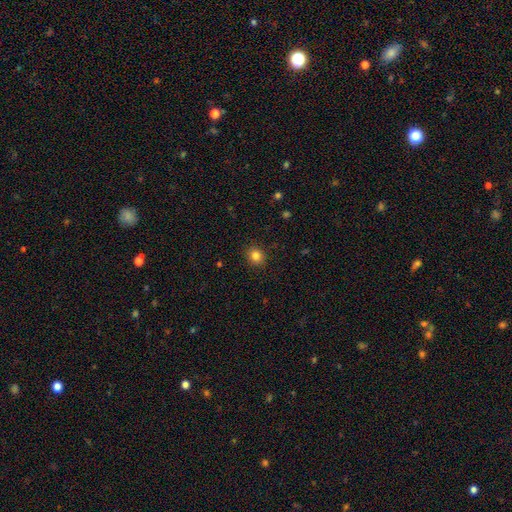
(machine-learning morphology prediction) type=smooth (83%); roundness=round (75%); merging=none (90%).